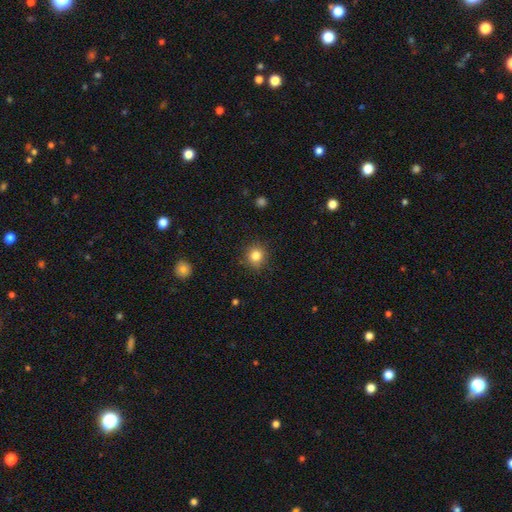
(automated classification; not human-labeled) Smooth or featured: smooth — 82% (star or artifact — 12%)
How rounded: round — 91% (in between — 8%)
Merging: none — 88% (minor disturbance — 8%)